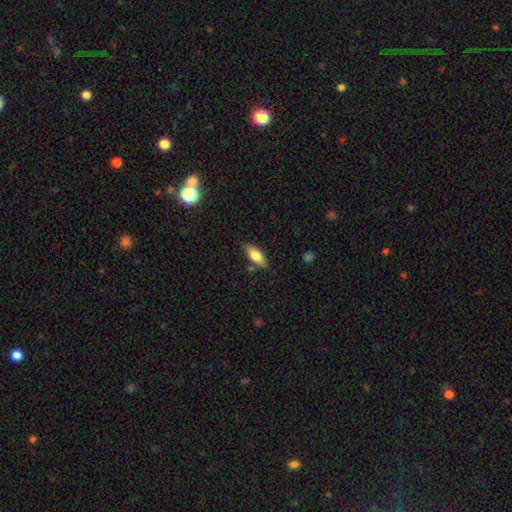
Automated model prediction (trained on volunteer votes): This is likely a smooth galaxy (73%). How rounded: clearly in between (80%). Merging: likely none (79%).